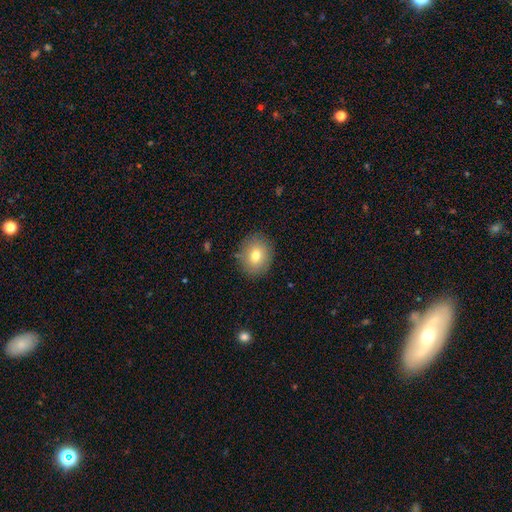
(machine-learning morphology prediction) type=smooth (76%); roundness=round (67%); merging=none (86%).